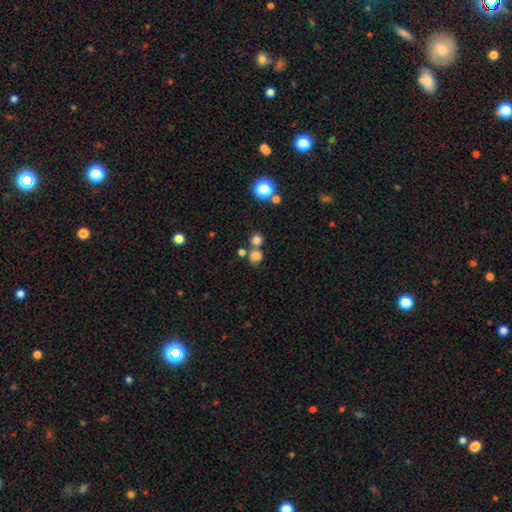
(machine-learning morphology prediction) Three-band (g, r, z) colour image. It shows a smooth galaxy with no disk features (74%) that is round (78%). Merging: none (45%).